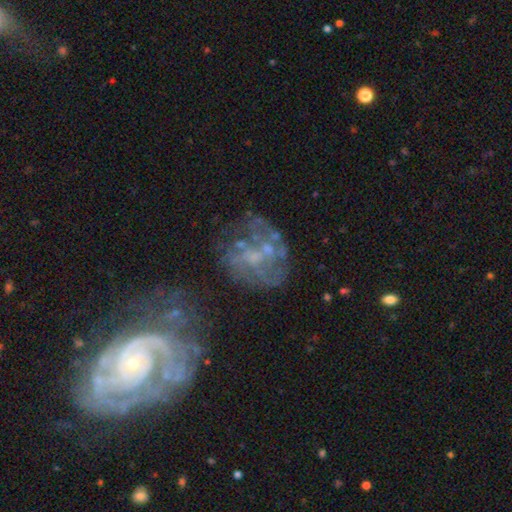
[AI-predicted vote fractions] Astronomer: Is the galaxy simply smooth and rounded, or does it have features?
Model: featured or disk — 69%.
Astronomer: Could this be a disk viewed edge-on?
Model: no — 98%.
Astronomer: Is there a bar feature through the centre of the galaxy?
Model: no — 67%.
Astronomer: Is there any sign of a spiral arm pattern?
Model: yes — 50%, tied with no at 50%.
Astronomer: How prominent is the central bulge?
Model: none — 47% (runner-up: small, 30%).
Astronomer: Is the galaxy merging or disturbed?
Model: none — 42% (runner-up: major disturbance, 24%).